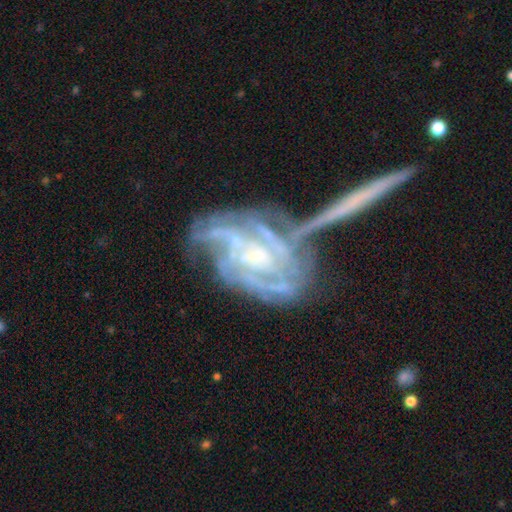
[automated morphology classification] Smooth or featured? featured or disk (87%)
Edge-on disk? no (95%)
Bar? no (62%)
Spiral arms? yes (95%)
Spiral winding? tight (60%)
Spiral arm count? can't tell (29%)
Bulge size? small (76%)
Merging? none (38%)